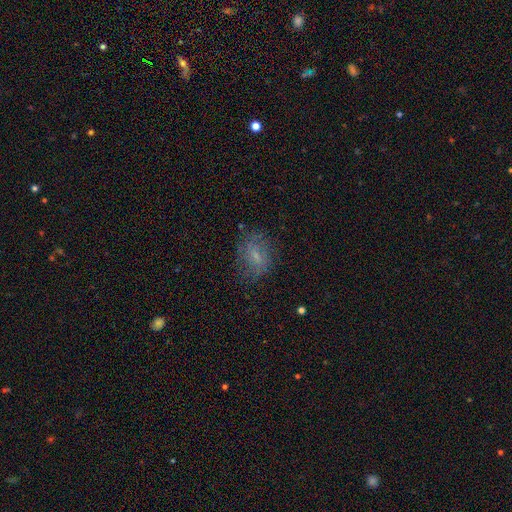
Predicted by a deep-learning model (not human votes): This appears to be a smooth galaxy with no disk features (57%) that is in between round and cigar-shaped (63%). Merging: none (67%).